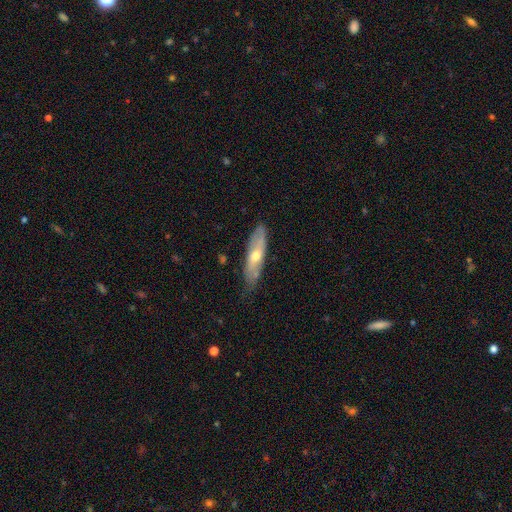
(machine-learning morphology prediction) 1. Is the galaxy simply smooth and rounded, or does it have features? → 52% featured or disk, 41% smooth, 6% star or artifact.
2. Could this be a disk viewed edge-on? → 51% yes, 49% no.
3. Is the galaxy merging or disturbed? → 75% none, 20% minor disturbance, 3% major disturbance, 2% merger.